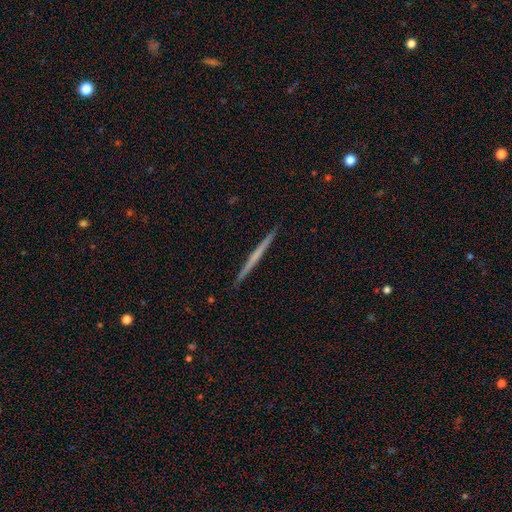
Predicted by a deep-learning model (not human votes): Smooth or featured: featured or disk — 58% (smooth — 37%)
Edge-on disk: yes — 98% (no — 2%)
Edge-on bulge: none — 86% (rounded — 10%)
Merging: none — 93% (minor disturbance — 5%)